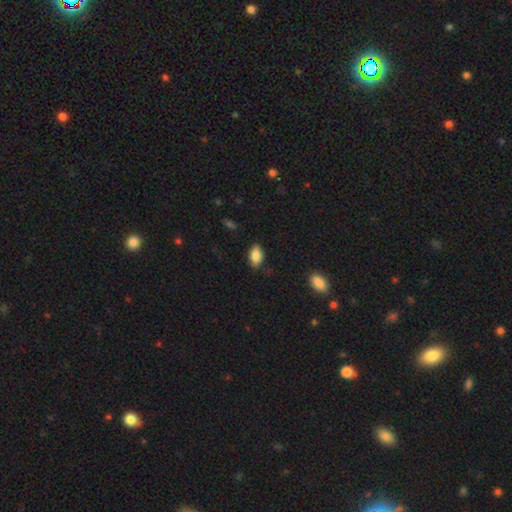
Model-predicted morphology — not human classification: smooth 87%, star or artifact 7%, featured or disk 5%. Down the decision tree: how rounded — in between (92%); merging — none (84%).